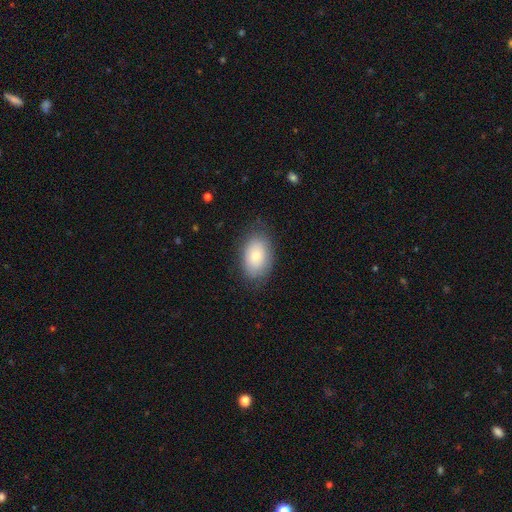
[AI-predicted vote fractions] This is likely a smooth galaxy (73%). How rounded: clearly in between (87%). Merging: likely none (79%).